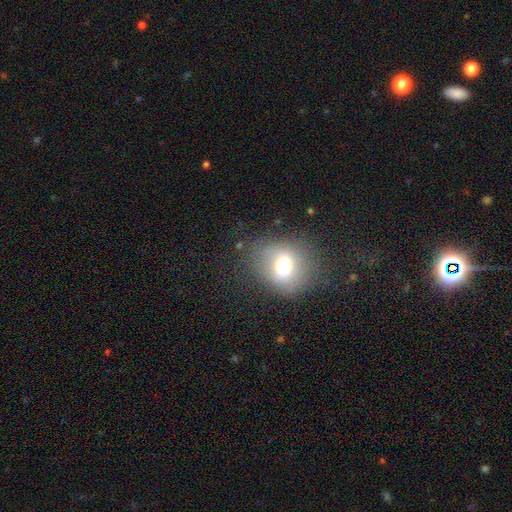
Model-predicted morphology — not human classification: smooth 60%, featured or disk 22%, star or artifact 18%. Down the decision tree: how rounded — round (66%); merging — none (75%).